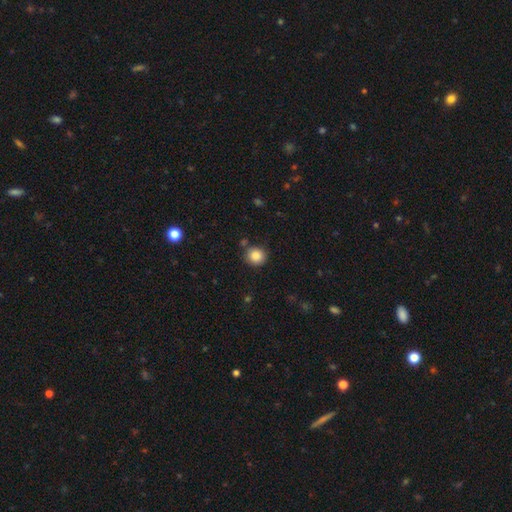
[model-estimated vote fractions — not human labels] The model was most divided on "merging": none: 82%, minor disturbance: 10%, merger: 5%, major disturbance: 3%. More confident: how rounded — round (88%); smooth or featured — smooth (87%).